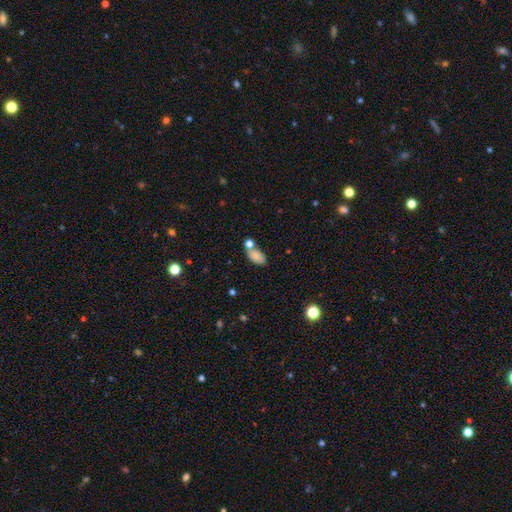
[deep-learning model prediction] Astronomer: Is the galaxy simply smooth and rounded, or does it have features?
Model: smooth — 82%.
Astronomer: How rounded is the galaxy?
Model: in between — 92%.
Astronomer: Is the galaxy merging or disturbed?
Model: none — 55%.